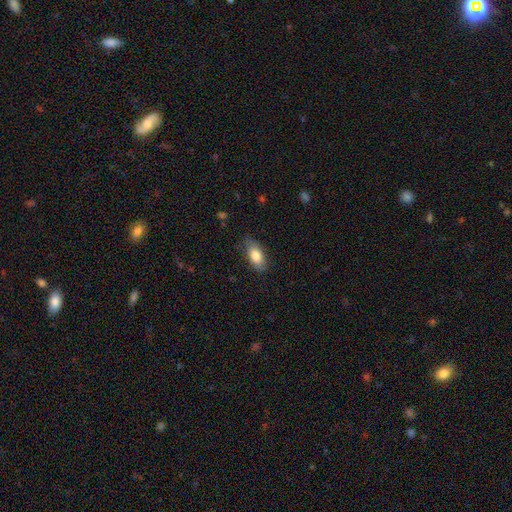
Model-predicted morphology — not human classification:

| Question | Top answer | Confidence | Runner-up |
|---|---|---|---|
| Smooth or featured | smooth | 82% | featured or disk (12%) |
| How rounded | in between | 88% | cigar-shaped (8%) |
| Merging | none | 79% | minor disturbance (17%) |